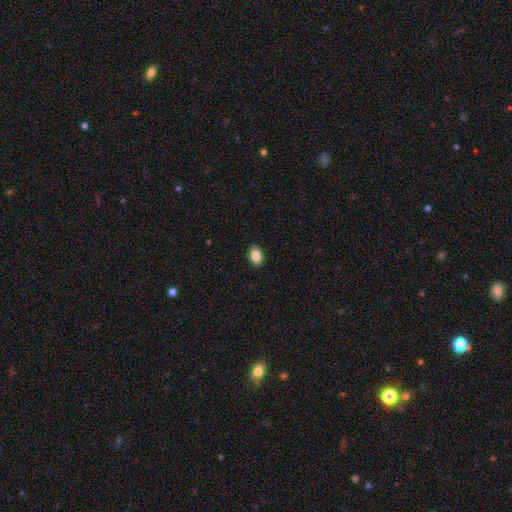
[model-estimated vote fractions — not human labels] A smooth galaxy with no disk features (87%) that is in between round and cigar-shaped (86%).

Vote fractions:
- Smooth or featured? smooth: 87% / star or artifact: 8% / featured or disk: 5%
- How rounded? in between: 86% / round: 13% / cigar-shaped: 1%
- Merging? none: 91% / minor disturbance: 7% / major disturbance: 2% / merger: 1%